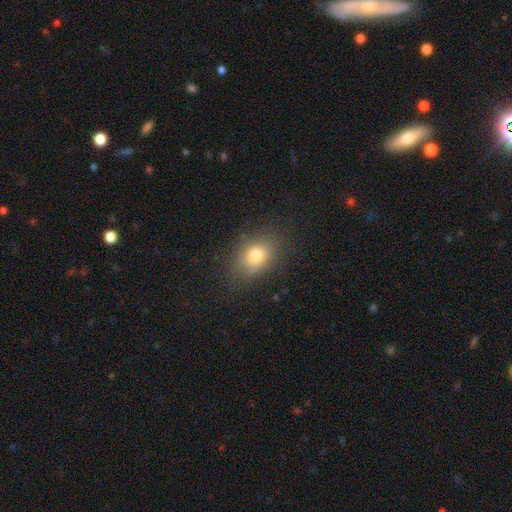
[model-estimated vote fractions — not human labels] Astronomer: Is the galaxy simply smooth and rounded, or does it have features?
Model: smooth — 76%.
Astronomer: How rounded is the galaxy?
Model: in between — 69%.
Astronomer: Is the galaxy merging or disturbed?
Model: none — 79%.